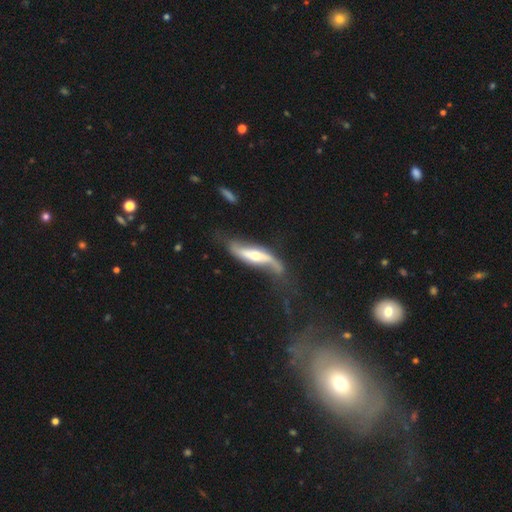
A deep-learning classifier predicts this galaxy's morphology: The model was most divided on "bar": no: 45%, strong: 30%, weak: 25%. Remaining: spiral arms — yes (87%); smooth or featured — featured or disk (77%); edge-on disk — no (71%); bulge size — moderate (64%); merging — none (47%).